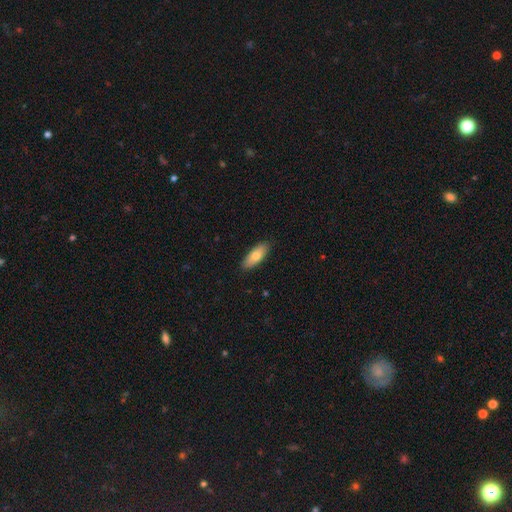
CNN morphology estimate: Smooth or featured? smooth (74%)
How rounded? in between (75%)
Merging? none (89%)